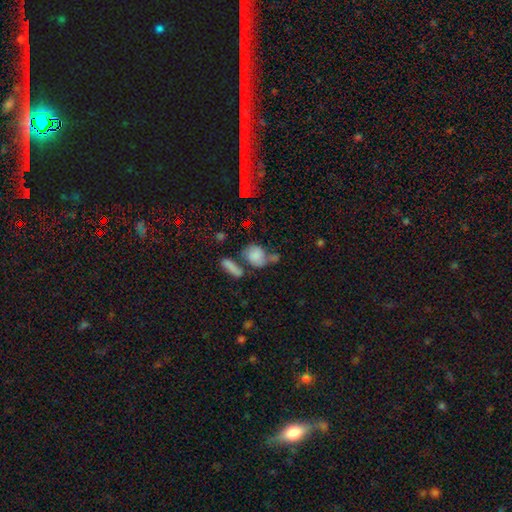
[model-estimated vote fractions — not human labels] A smooth galaxy with no disk features (74%) that is in between round and cigar-shaped (53%).

Vote fractions:
- Smooth or featured? smooth: 74% / featured or disk: 15% / star or artifact: 11%
- How rounded? in between: 53% / round: 43% / cigar-shaped: 4%
- Merging? merger: 35% (tied) / none: 35% (tied) / minor disturbance: 17% / major disturbance: 13%